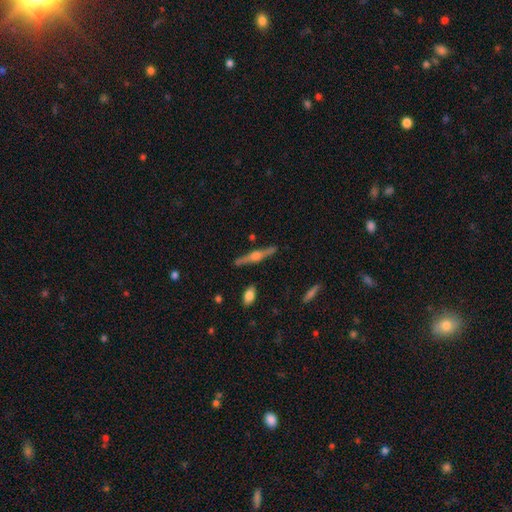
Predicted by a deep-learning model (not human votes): Smooth or featured? featured or disk (80%)
Edge-on disk? yes (98%)
Edge-on bulge? rounded (86%)
Merging? none (88%)